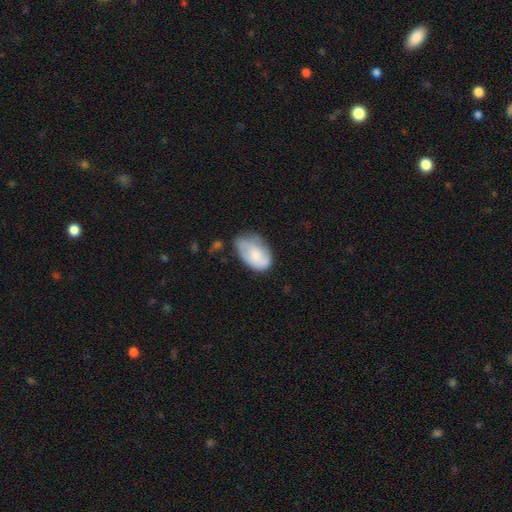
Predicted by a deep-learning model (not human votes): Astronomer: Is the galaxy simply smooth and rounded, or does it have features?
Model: smooth — 67%.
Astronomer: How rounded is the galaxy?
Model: in between — 91%.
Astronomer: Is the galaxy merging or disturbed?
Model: none — 45% (runner-up: minor disturbance, 39%).